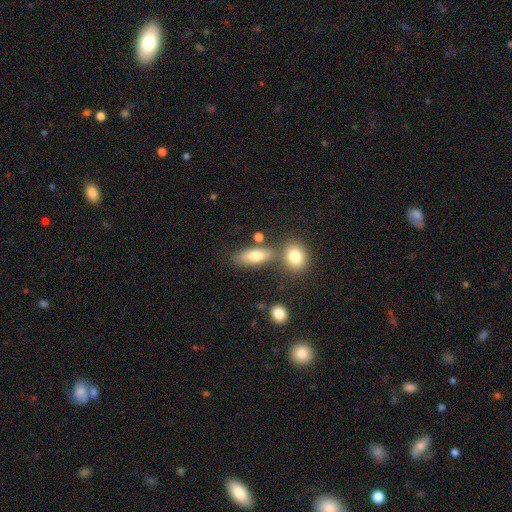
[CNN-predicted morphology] smooth_or_featured: smooth (p=0.75) [alt: featured or disk p=0.16]
how_rounded: in between (p=0.73) [alt: cigar-shaped p=0.20]
merging: none (p=0.63) [alt: merger p=0.19]